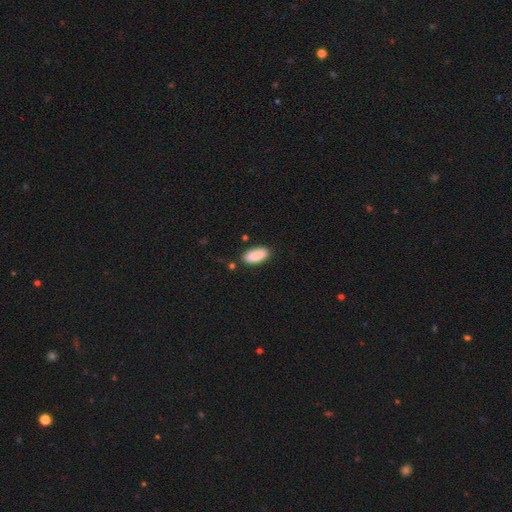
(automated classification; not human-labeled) smooth_or_featured: smooth (p=0.90) [alt: star or artifact p=0.06]
how_rounded: in between (p=0.88) [alt: cigar-shaped p=0.10]
merging: none (p=0.84) [alt: minor disturbance p=0.11]